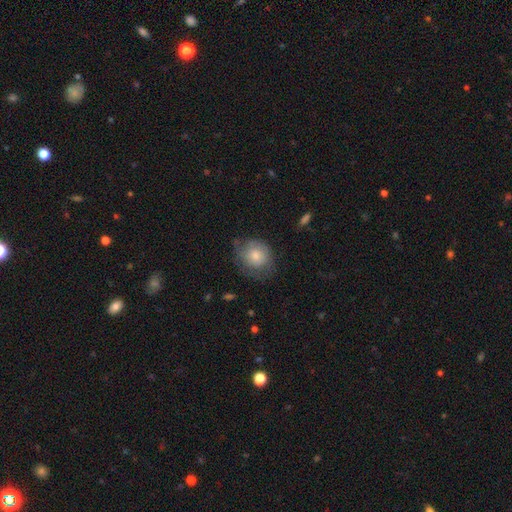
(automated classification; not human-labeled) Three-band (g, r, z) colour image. It shows a smooth galaxy with no disk features (69%) that is round (69%). Merging: none (56%).